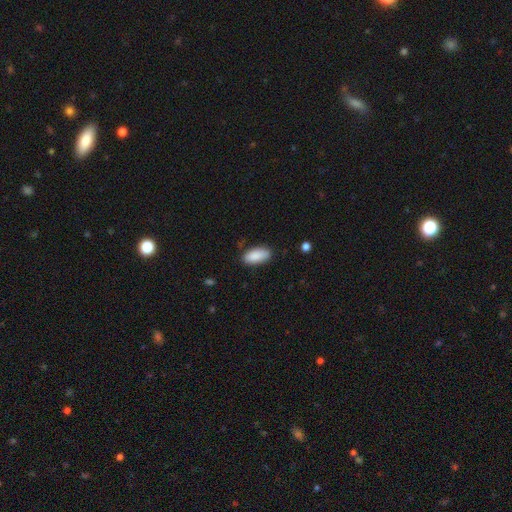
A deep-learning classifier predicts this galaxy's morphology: This is clearly a smooth galaxy (90%). How rounded: clearly in between (90%). Merging: clearly none (84%).